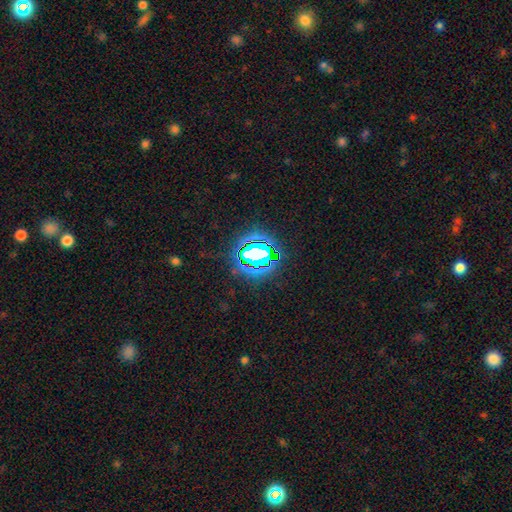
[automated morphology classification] Smooth or featured? Predicted: star or artifact (p=0.79).